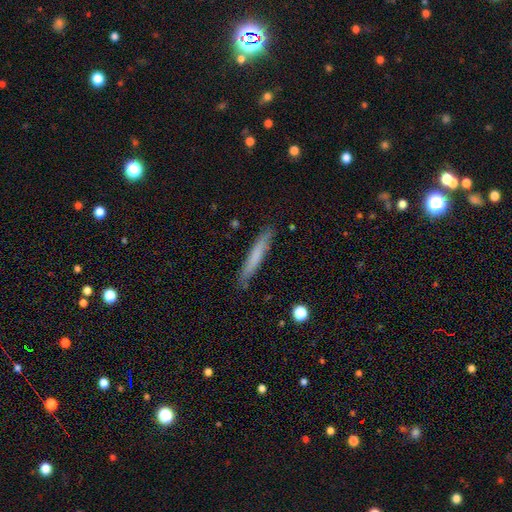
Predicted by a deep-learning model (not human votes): Overall: smooth (70%). How rounded: cigar-shaped (95%). Merging: none (86%).